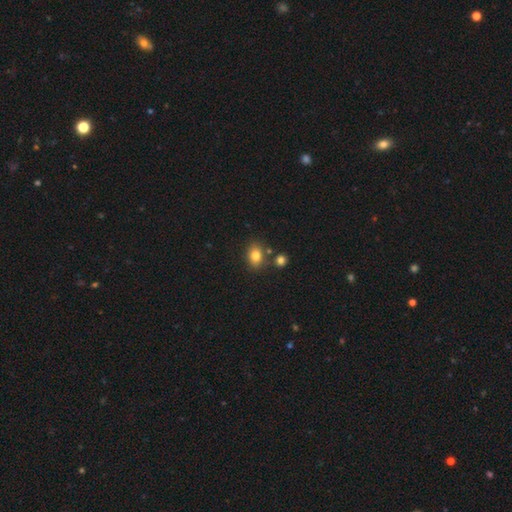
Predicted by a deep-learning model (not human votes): A smooth galaxy with no disk features (80%) that is in between round and cigar-shaped (56%). Merging: none (73%).